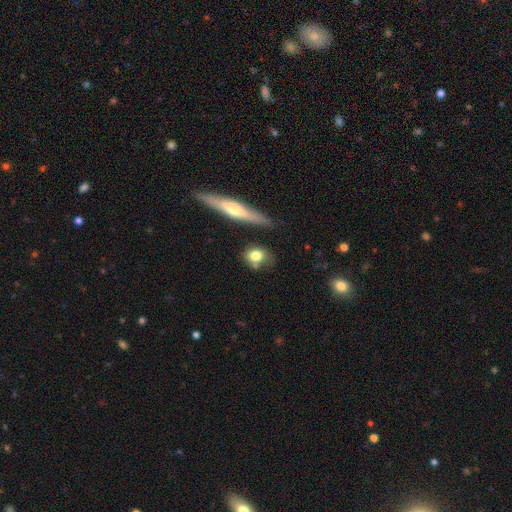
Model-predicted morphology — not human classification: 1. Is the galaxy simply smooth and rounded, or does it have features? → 75% smooth, 17% featured or disk, 8% star or artifact.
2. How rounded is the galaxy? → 49% round, 43% in between, 8% cigar-shaped.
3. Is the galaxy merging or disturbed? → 60% none, 19% minor disturbance, 14% merger, 7% major disturbance.